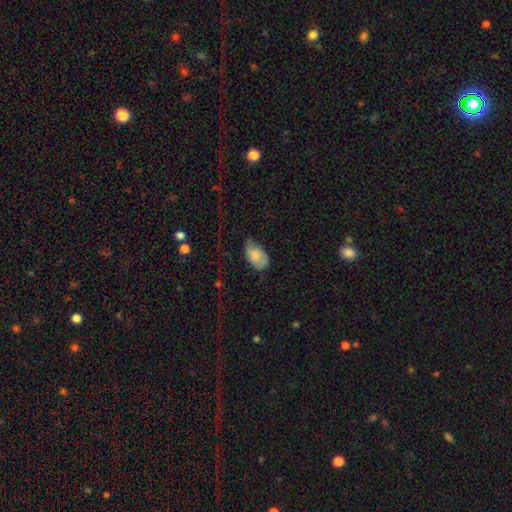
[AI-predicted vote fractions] smooth_or_featured: smooth (p=0.67) [alt: featured or disk p=0.25]
how_rounded: in between (p=0.91) [alt: round p=0.07]
merging: none (p=0.47) [alt: minor disturbance p=0.35]